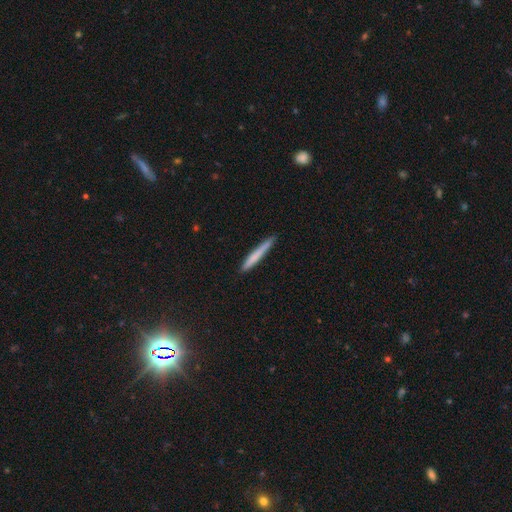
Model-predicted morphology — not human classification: smooth_or_featured: smooth (p=0.71) [alt: featured or disk p=0.23]
how_rounded: cigar-shaped (p=0.96) [alt: in between p=0.02]
merging: none (p=0.88) [alt: minor disturbance p=0.10]